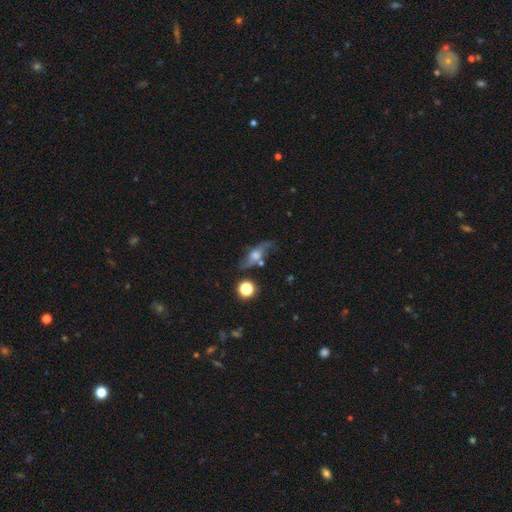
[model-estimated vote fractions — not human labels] Smooth or featured? featured or disk (58%)
Edge-on disk? no (58%)
Merging? none (61%)